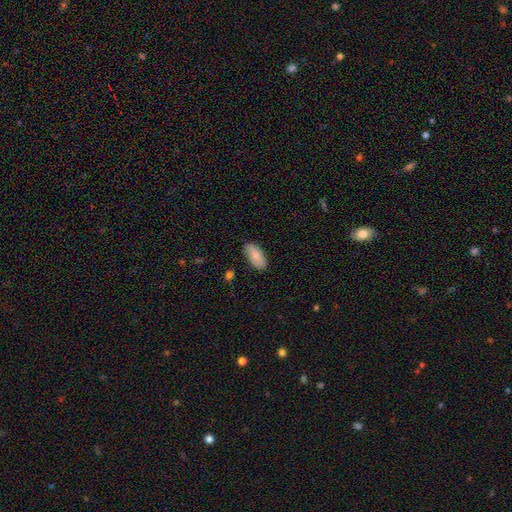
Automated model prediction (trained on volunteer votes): Smooth or featured: smooth — 82% (featured or disk — 12%)
How rounded: in between — 91% (cigar-shaped — 7%)
Merging: none — 81% (minor disturbance — 15%)